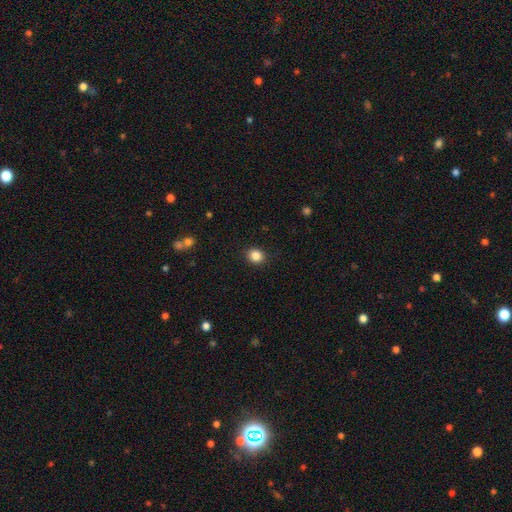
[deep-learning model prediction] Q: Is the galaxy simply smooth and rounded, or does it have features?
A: smooth — 86%.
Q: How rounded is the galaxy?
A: round — 78%.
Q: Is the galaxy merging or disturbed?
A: none — 90%.